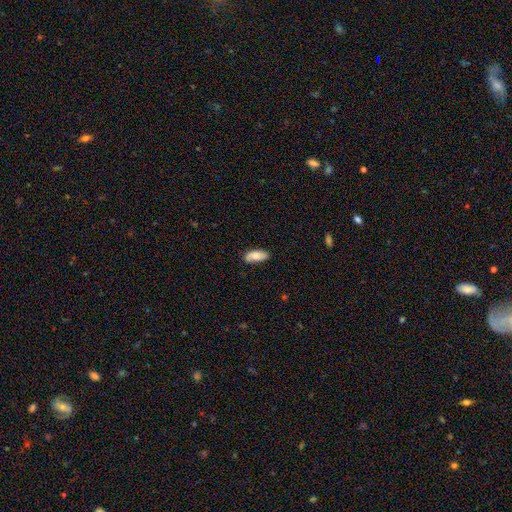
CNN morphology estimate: Smooth or featured? smooth (77%)
How rounded? in between (86%)
Merging? none (77%)